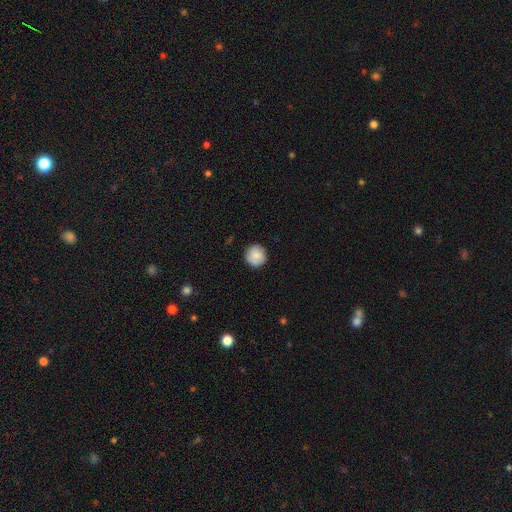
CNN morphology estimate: Smooth or featured?
  - smooth: 80% *
  - featured or disk: 13%
  - star or artifact: 7%
How rounded?
  - round: 94% *
  - in between: 5%
  - cigar-shaped: 1%
Merging?
  - none: 87% *
  - minor disturbance: 10%
  - major disturbance: 2%
  - merger: 1%